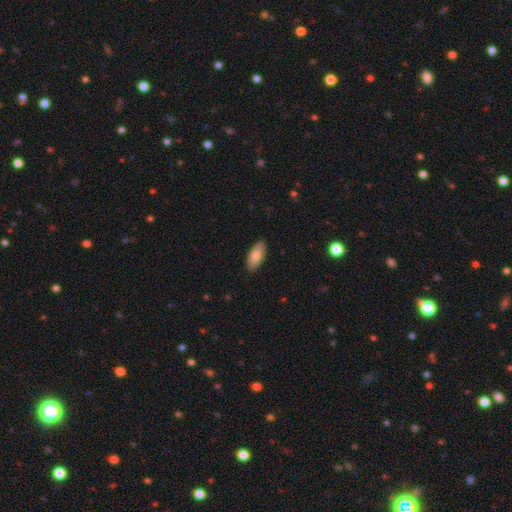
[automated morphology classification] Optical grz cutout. It shows a smooth galaxy with no disk features (81%) that is in between round and cigar-shaped (85%). Merging: none (88%).